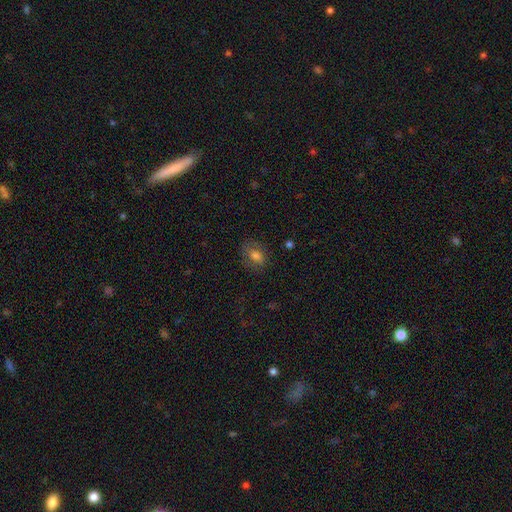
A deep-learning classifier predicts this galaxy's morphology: The model was most divided on "how rounded": in between: 72%, round: 25%, cigar-shaped: 2%. More confident: merging — none (73%); smooth or featured — smooth (71%).